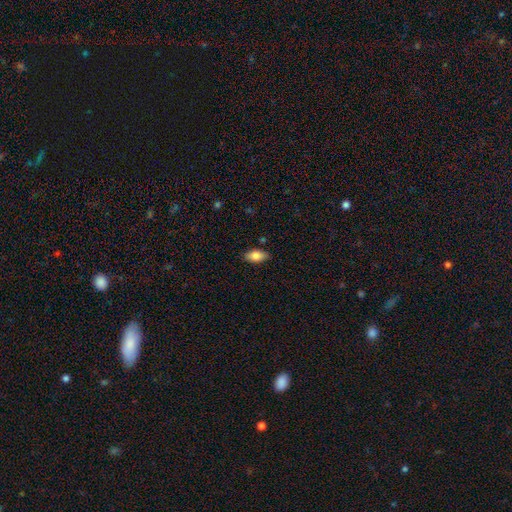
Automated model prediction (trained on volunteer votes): smooth-or-featured: smooth: 84% | featured or disk: 9% | star or artifact: 7%
  how-rounded: in between: 91% | cigar-shaped: 6% | round: 4%
  merging: none: 82% | minor disturbance: 14% | major disturbance: 2% | merger: 1%